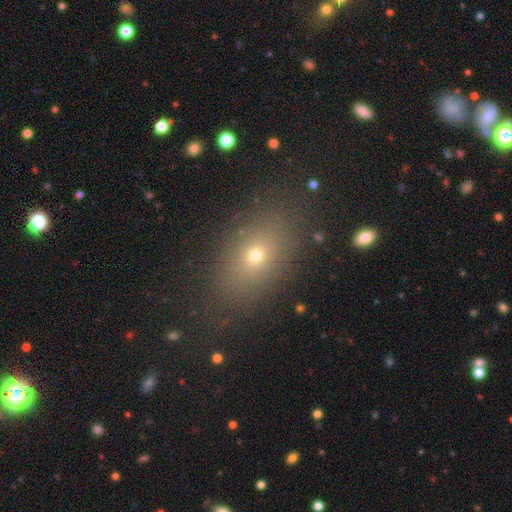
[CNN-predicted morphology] Smooth or featured?
  - smooth: 64% *
  - star or artifact: 20%
  - featured or disk: 16%
How rounded?
  - in between: 75% *
  - round: 20%
  - cigar-shaped: 5%
Merging?
  - none: 85% *
  - minor disturbance: 9%
  - major disturbance: 4%
  - merger: 2%